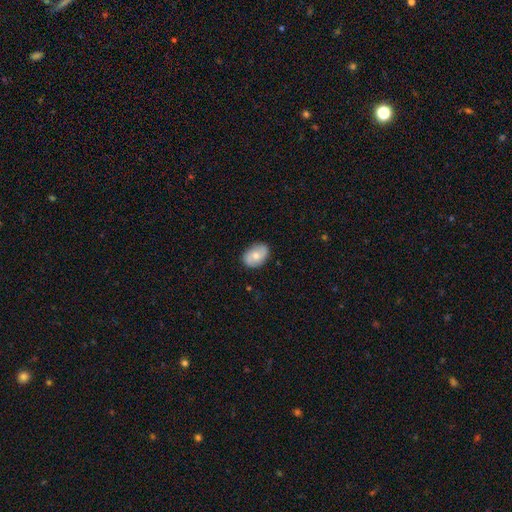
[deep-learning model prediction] Smooth or featured?
  - smooth: 57% *
  - featured or disk: 36%
  - star or artifact: 7%
How rounded?
  - in between: 79% *
  - round: 20%
  - cigar-shaped: 1%
Merging?
  - none: 82% *
  - minor disturbance: 14%
  - major disturbance: 3%
  - merger: 1%